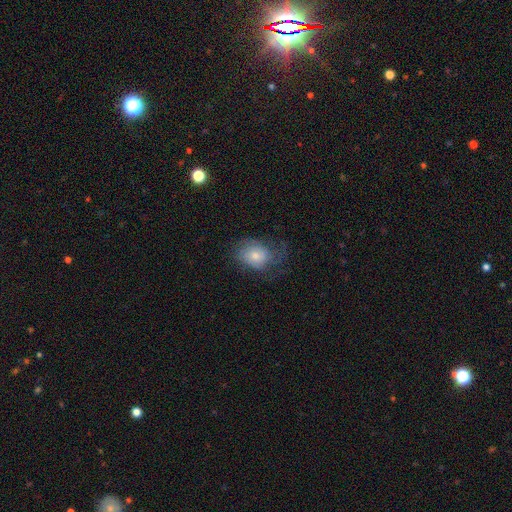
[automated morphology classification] smooth-or-featured: smooth: 53% | featured or disk: 38% | star or artifact: 9%
  how-rounded: in between: 65% | round: 34% | cigar-shaped: 1%
  merging: none: 47% | minor disturbance: 26% | major disturbance: 26% | merger: 1%